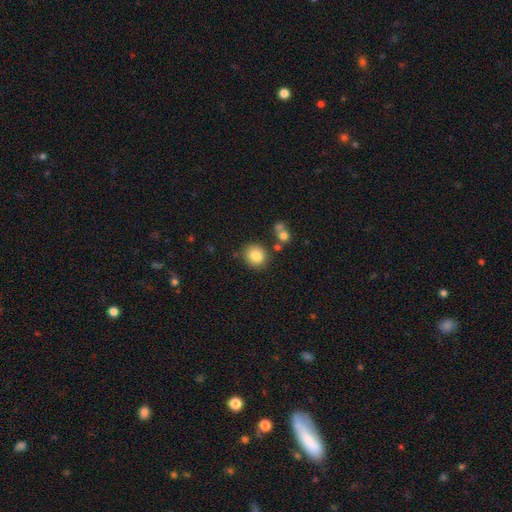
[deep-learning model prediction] This is clearly a smooth galaxy (85%). How rounded: likely round (75%). Merging: likely none (78%).